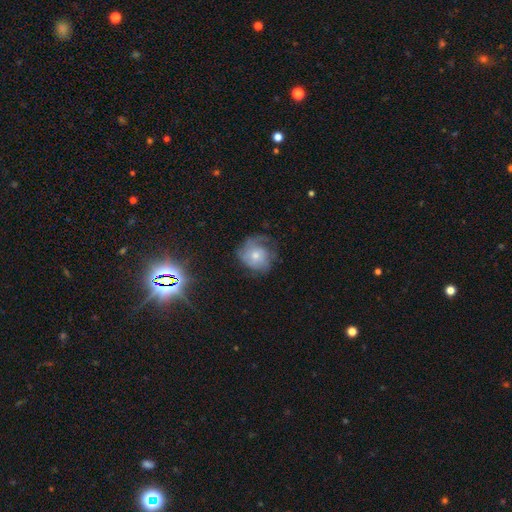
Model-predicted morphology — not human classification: A featured or disk galaxy (53%) with no bar (83%), spiral arms (76%) and a moderate central bulge (54%).

Vote fractions:
- Smooth or featured? featured or disk: 53% / smooth: 38% / star or artifact: 9%
- Edge-on disk? no: 97% / yes: 3%
- Bar? no: 83% / weak: 15% / strong: 2%
- Spiral arms? yes: 76% / no: 24%
- Bulge size? moderate: 54% / small: 38% / large: 4% / none: 2% / dominant: 1%
- Merging? none: 54% / minor disturbance: 25% / major disturbance: 19% / merger: 2%